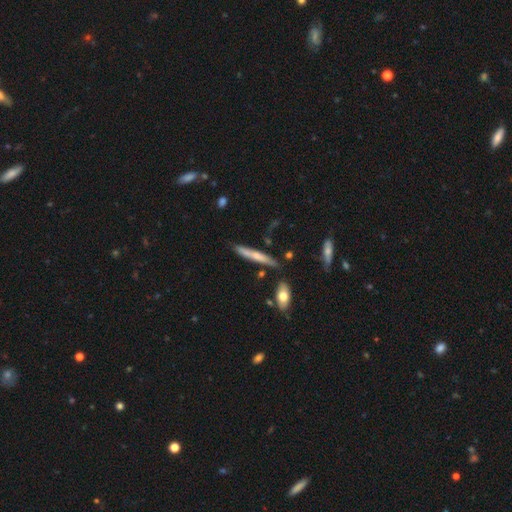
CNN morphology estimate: This is possibly a smooth galaxy (54%). How rounded: clearly cigar-shaped (93%). Merging: likely none (77%).